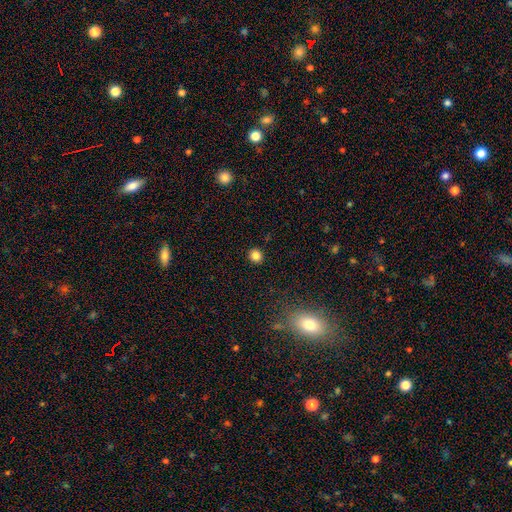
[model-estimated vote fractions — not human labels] A smooth galaxy with no disk features (84%) that is round (89%).

Vote fractions:
- Smooth or featured? smooth: 84% / star or artifact: 12% / featured or disk: 4%
- How rounded? round: 89% / in between: 10% / cigar-shaped: 1%
- Merging? none: 92% / minor disturbance: 5% / major disturbance: 2% / merger: 1%